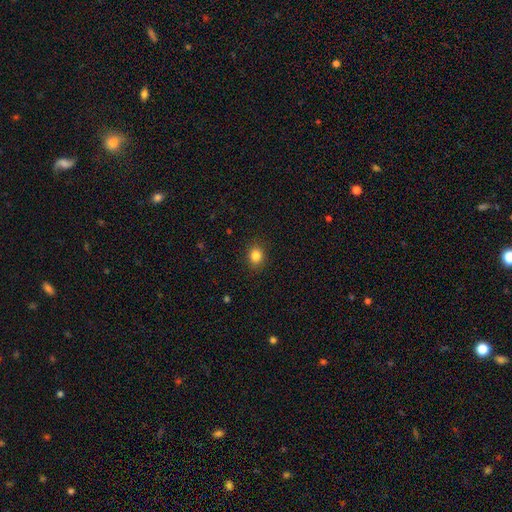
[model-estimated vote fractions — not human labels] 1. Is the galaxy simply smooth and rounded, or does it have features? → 84% smooth, 11% star or artifact, 5% featured or disk.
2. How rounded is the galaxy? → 67% round, 32% in between, 1% cigar-shaped.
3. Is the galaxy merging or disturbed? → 89% none, 7% minor disturbance, 2% major disturbance, 1% merger.